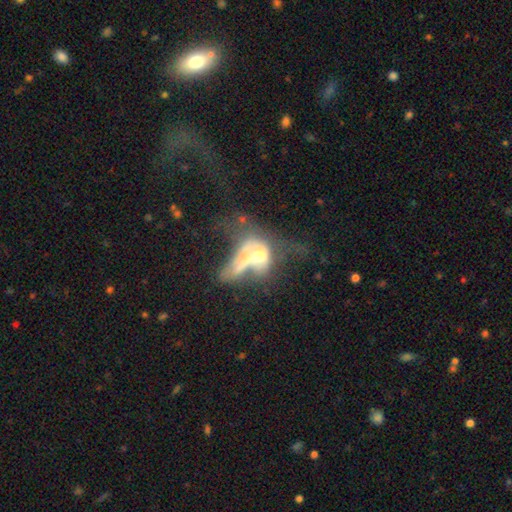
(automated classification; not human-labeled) Smooth or featured: featured or disk — 45% (smooth — 43%)
Merging: merger — 54% (major disturbance — 25%)